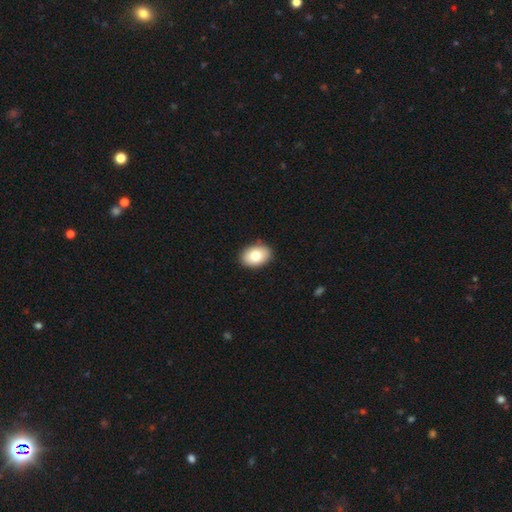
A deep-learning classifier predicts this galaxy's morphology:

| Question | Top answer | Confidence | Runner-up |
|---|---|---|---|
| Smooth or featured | smooth | 79% | featured or disk (14%) |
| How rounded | in between | 83% | round (16%) |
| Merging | none | 89% | minor disturbance (8%) |